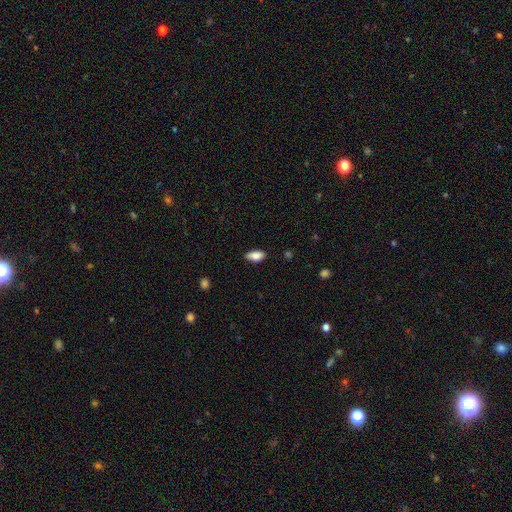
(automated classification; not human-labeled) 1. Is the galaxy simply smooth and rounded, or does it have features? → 85% smooth, 8% featured or disk, 7% star or artifact.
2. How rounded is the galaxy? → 91% in between, 6% cigar-shaped, 3% round.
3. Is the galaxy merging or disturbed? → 82% none, 14% minor disturbance, 2% major disturbance, 1% merger.